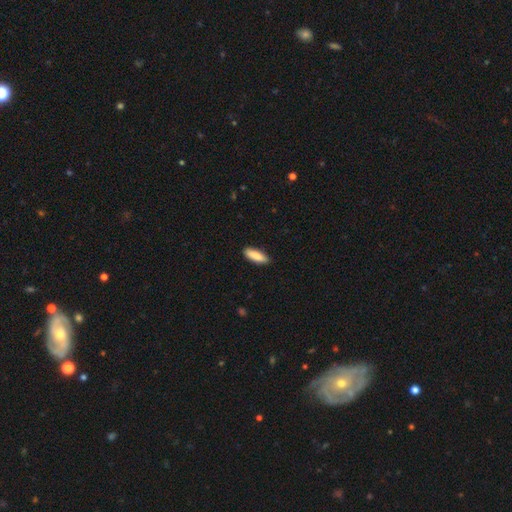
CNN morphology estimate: type=smooth (88%); roundness=in between (56%); merging=none (89%).